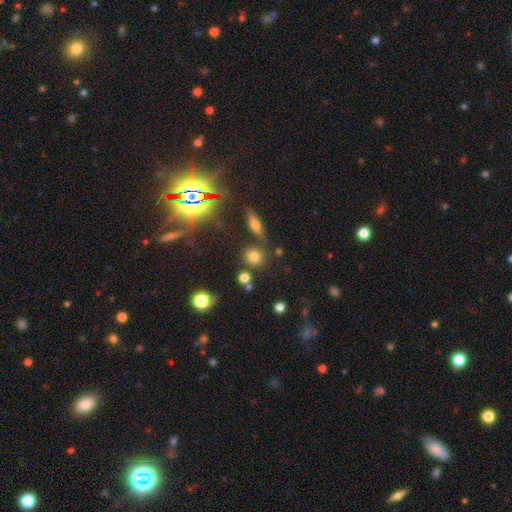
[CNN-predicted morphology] smooth_or_featured: smooth (p=0.50) [alt: star or artifact p=0.38]
merging: none (p=0.77) [alt: merger p=0.10]